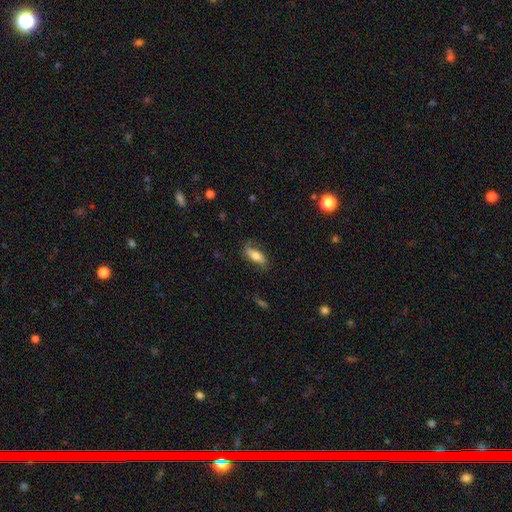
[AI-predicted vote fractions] The model was most divided on "smooth or featured": smooth: 65%, featured or disk: 28%, star or artifact: 7%. More confident: merging — none (70%); how rounded — in between (68%).